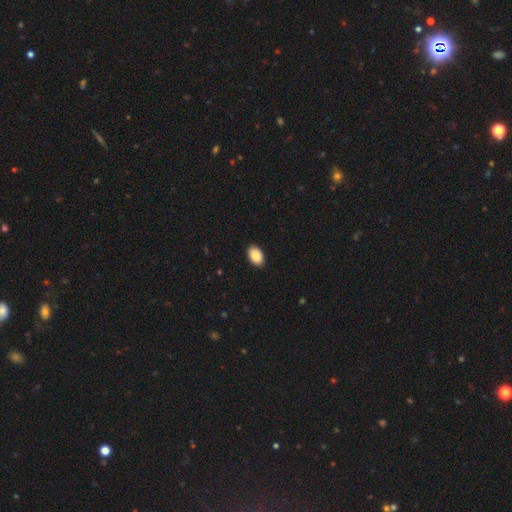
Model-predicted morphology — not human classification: Smooth or featured?
  - smooth: 90% *
  - star or artifact: 7%
  - featured or disk: 3%
How rounded?
  - in between: 90% *
  - round: 9%
  - cigar-shaped: 1%
Merging?
  - none: 90% *
  - minor disturbance: 7%
  - major disturbance: 2%
  - merger: 1%